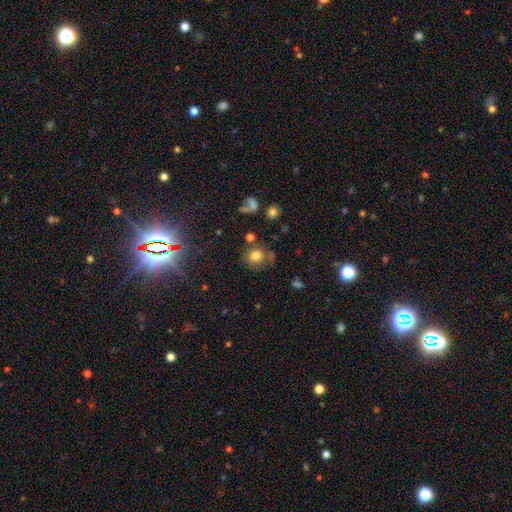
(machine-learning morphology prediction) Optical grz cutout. It shows a smooth galaxy with no disk features (77%) that is round (81%). Merging: none (68%).